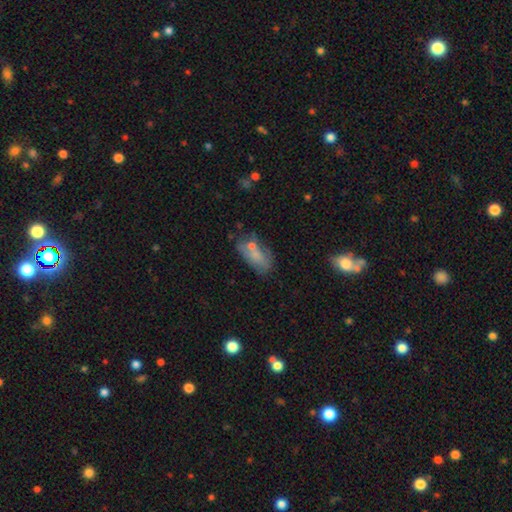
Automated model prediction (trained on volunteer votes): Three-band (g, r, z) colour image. It shows a smooth galaxy with no disk features (61%) that is in between round and cigar-shaped (87%). Merging: none (39%).